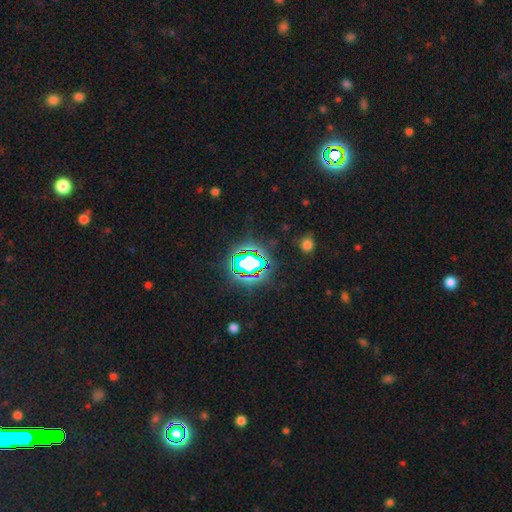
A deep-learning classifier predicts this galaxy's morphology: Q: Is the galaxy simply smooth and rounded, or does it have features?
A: star or artifact — 82%.